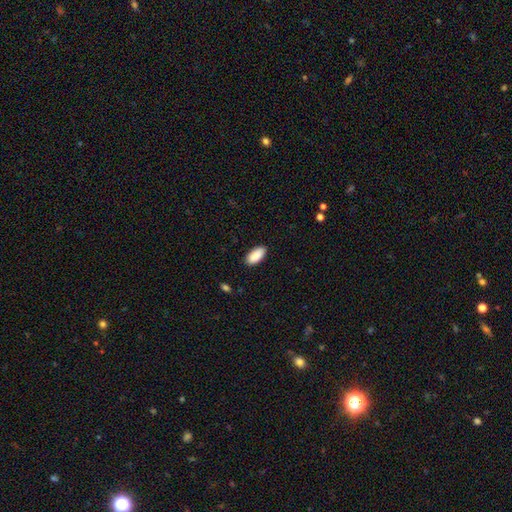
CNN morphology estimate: smooth_or_featured: smooth (p=0.90) [alt: star or artifact p=0.06]
how_rounded: in between (p=0.92) [alt: cigar-shaped p=0.07]
merging: none (p=0.88) [alt: minor disturbance p=0.09]